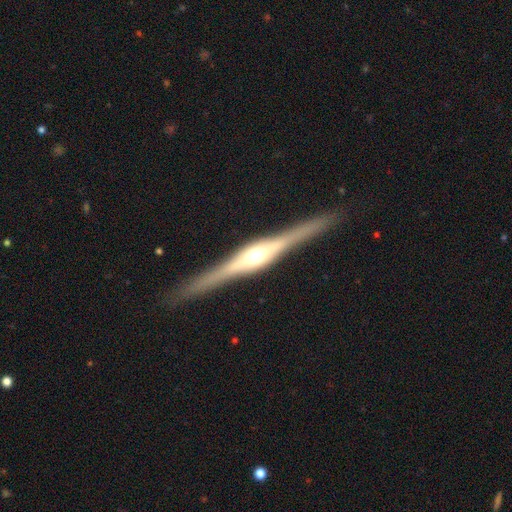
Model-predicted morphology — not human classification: Smooth or featured? Predicted: featured or disk (p=0.82). Edge-on disk? Predicted: yes (p=0.98). Edge-on bulge? Predicted: rounded (p=0.92). Merging? Predicted: none (p=0.88).